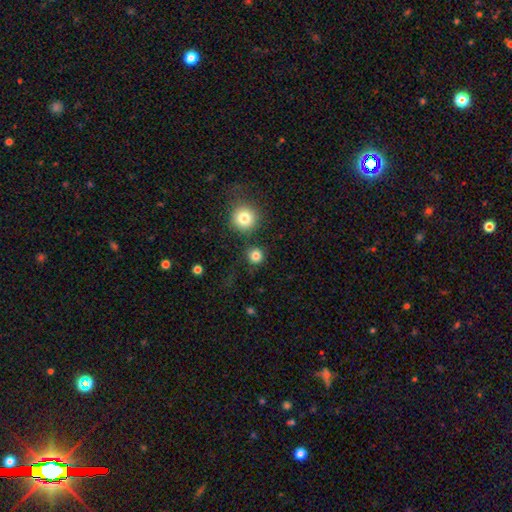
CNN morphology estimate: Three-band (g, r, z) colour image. It shows a smooth galaxy with no disk features (82%) that is round (94%). Merging: none (84%).